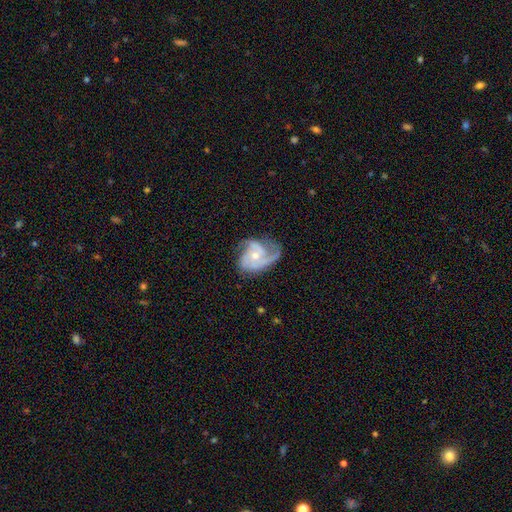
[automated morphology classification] A featured or disk galaxy (85%) with no bar (70%), 2 (41%) medium (49%) spiral arms (95%) and a small central bulge (48%, tied with moderate).

Vote fractions:
- Smooth or featured? featured or disk: 85% / smooth: 10% / star or artifact: 5%
- Edge-on disk? no: 98% / yes: 2%
- Bar? no: 70% / weak: 25% / strong: 5%
- Spiral arms? yes: 95% / no: 5%
- Spiral winding? medium: 49% / tight: 28% / loose: 23%
- Spiral arm count? 2: 41% / 3: 35% / can't tell: 10% / 1: 8% / 4: 4% / more than 4: 3%
- Bulge size? small: 48% (tied) / moderate: 48% (tied) / large: 2% / none: 1% / dominant: 1%
- Merging? none: 50% / minor disturbance: 27% / major disturbance: 21% / merger: 2%